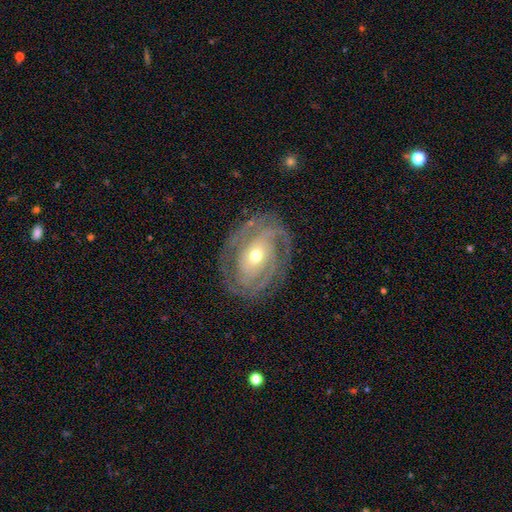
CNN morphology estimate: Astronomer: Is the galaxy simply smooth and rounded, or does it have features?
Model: featured or disk — 86%.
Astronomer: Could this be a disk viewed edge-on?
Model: no — 96%.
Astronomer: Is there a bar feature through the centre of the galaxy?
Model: no — 60%.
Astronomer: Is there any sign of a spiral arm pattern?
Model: yes — 94%.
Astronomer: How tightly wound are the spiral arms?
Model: tight — 66%.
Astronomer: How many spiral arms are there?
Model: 2 — 38% (runner-up: 3, 23%).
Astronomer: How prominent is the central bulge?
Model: moderate — 52% (runner-up: small, 44%).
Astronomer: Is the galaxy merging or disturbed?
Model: none — 78%.